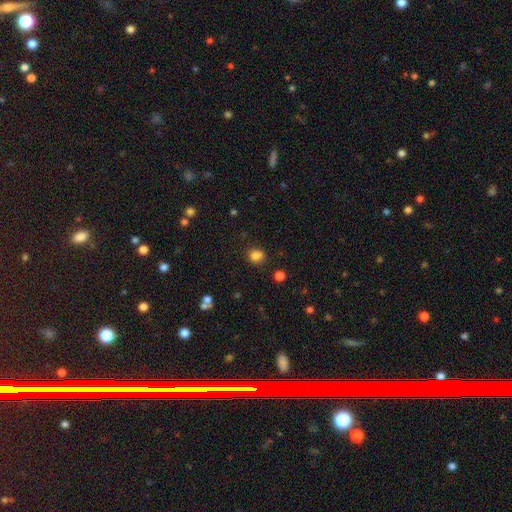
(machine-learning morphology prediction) This is clearly a smooth galaxy (81%). How rounded: likely round (75%). Merging: likely none (68%).